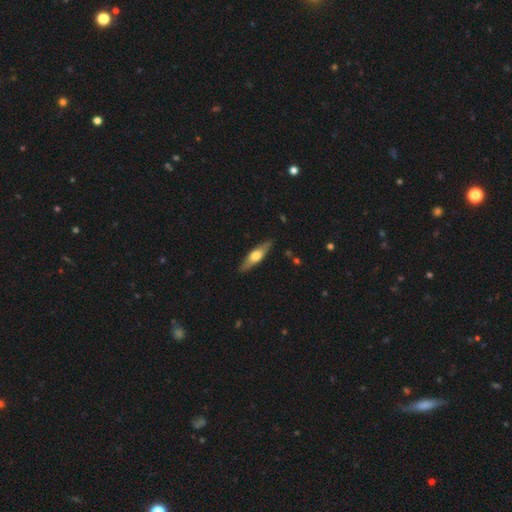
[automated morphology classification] A smooth galaxy with no disk features (48%).

Vote fractions:
- Smooth or featured? smooth: 48% / featured or disk: 46% / star or artifact: 5%
- Merging? none: 87% / minor disturbance: 10% / major disturbance: 2% / merger: 1%